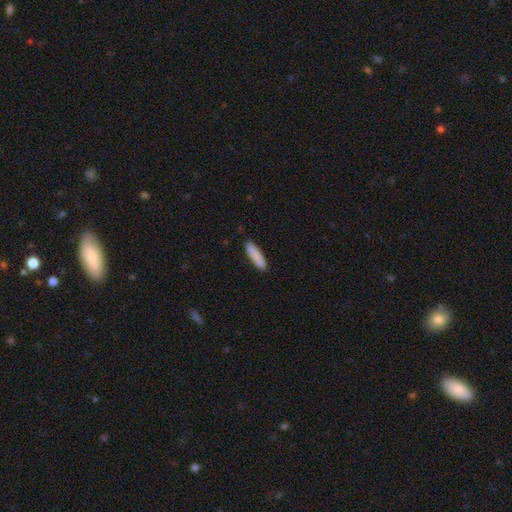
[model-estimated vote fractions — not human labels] smooth_or_featured: smooth (p=0.87) [alt: featured or disk p=0.07]
how_rounded: cigar-shaped (p=0.77) [alt: in between p=0.22]
merging: none (p=0.89) [alt: minor disturbance p=0.08]